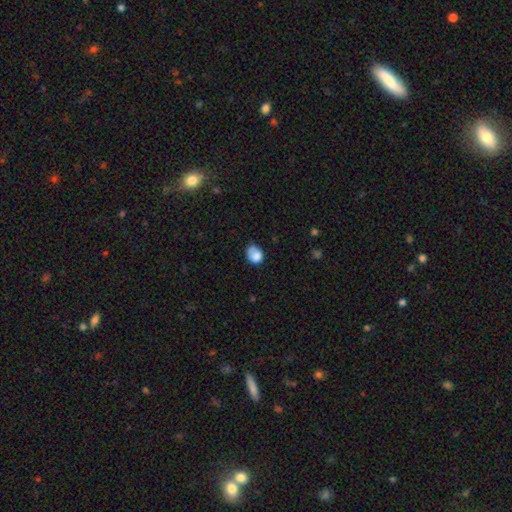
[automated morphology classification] The model was most divided on "how rounded": in between: 50%, round: 49%, cigar-shaped: 1%. Remaining: smooth or featured — smooth (79%); merging — none (43%).